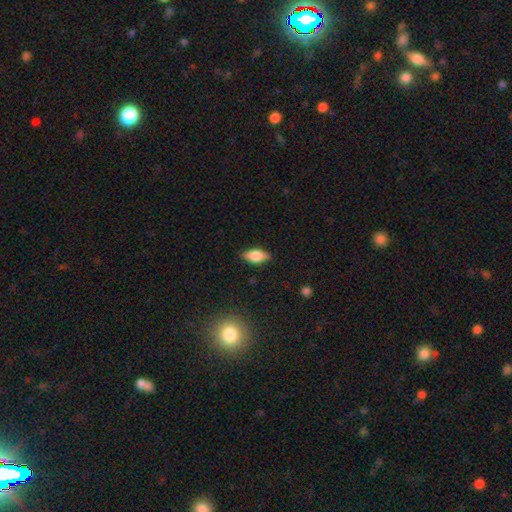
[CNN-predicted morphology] A smooth galaxy with no disk features (72%) that is in between round and cigar-shaped (83%).

Vote fractions:
- Smooth or featured? smooth: 72% / featured or disk: 20% / star or artifact: 8%
- How rounded? in between: 83% / cigar-shaped: 13% / round: 4%
- Merging? none: 85% / minor disturbance: 11% / major disturbance: 3% / merger: 1%